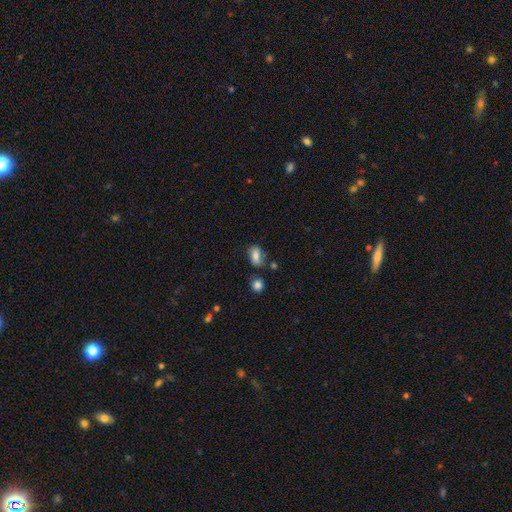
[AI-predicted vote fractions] smooth_or_featured: smooth (p=0.79) [alt: featured or disk p=0.11]
how_rounded: in between (p=0.86) [alt: round p=0.11]
merging: none (p=0.65) [alt: minor disturbance p=0.21]